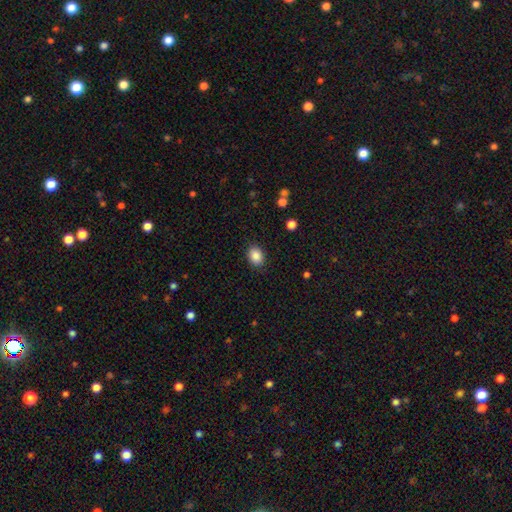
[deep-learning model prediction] This appears to be a smooth galaxy with no disk features (88%) that is in between round and cigar-shaped (63%). Merging: none (88%).